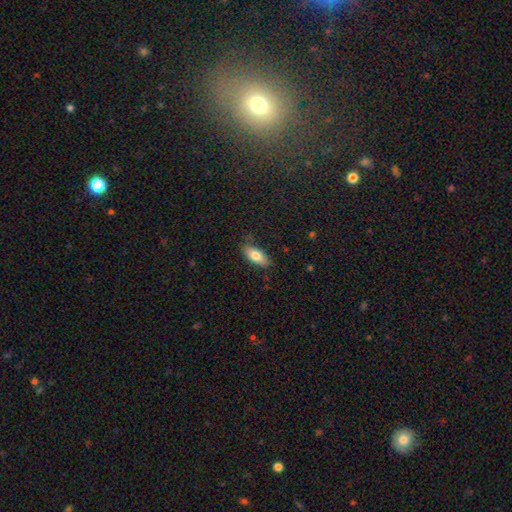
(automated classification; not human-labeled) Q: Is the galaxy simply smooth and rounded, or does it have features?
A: smooth — 78%.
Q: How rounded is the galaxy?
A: in between — 84%.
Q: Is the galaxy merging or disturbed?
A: none — 78%.